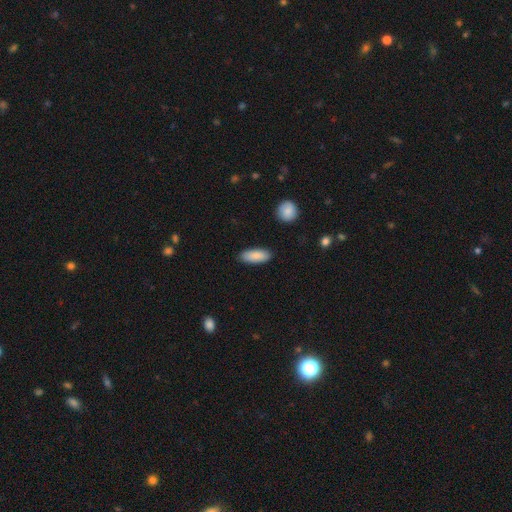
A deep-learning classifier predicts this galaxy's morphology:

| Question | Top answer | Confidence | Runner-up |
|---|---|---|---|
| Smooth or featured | smooth | 87% | featured or disk (7%) |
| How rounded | in between | 78% | cigar-shaped (20%) |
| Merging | none | 88% | minor disturbance (9%) |